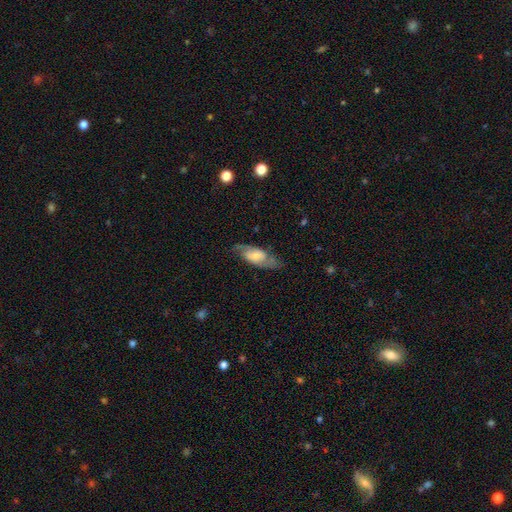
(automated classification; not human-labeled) Smooth or featured? Predicted: featured or disk (p=0.59). Edge-on disk? Predicted: no (p=0.86). Bar? Predicted: no (p=0.44). Spiral arms? Predicted: yes (p=0.85). Bulge size? Predicted: small (p=0.33, tied with moderate). Merging? Predicted: none (p=0.72).